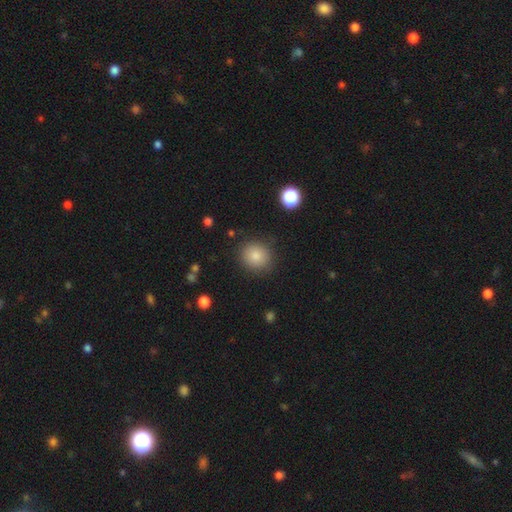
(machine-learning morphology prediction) Overall: smooth (84%). How rounded: round (85%). Merging: none (87%).